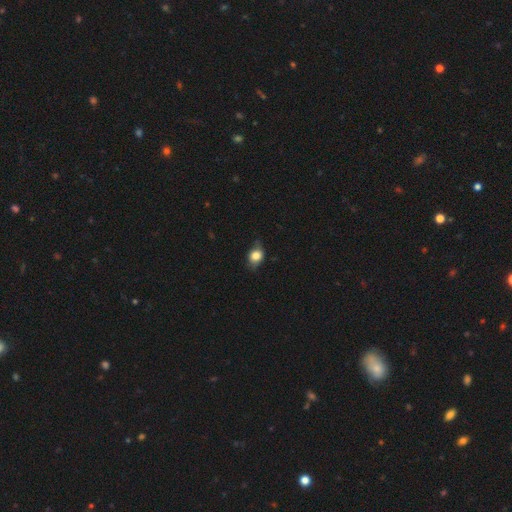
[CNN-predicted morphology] This appears to be a smooth galaxy with no disk features (74%) that is in between round and cigar-shaped (52%). Merging: none (65%).